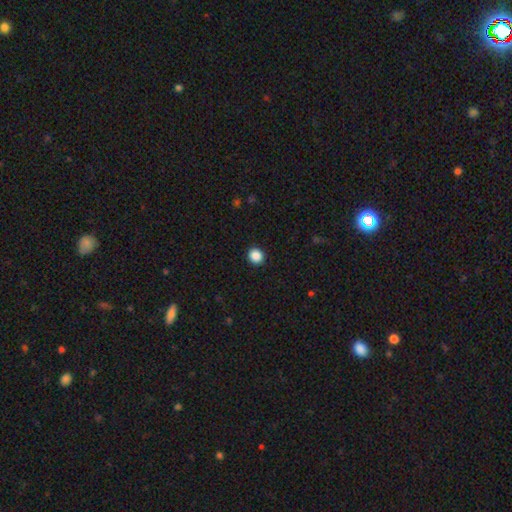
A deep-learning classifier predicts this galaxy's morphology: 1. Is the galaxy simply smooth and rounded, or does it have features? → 88% smooth, 10% star or artifact, 3% featured or disk.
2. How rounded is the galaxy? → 83% round, 16% in between, 1% cigar-shaped.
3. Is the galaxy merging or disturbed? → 92% none, 5% minor disturbance, 2% major disturbance, 1% merger.